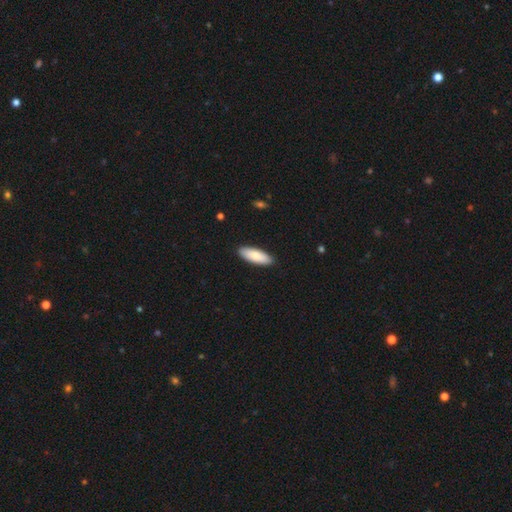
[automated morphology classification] The model was most divided on "how rounded": in between: 68%, cigar-shaped: 30%, round: 2%. More confident: merging — none (90%); smooth or featured — smooth (82%).